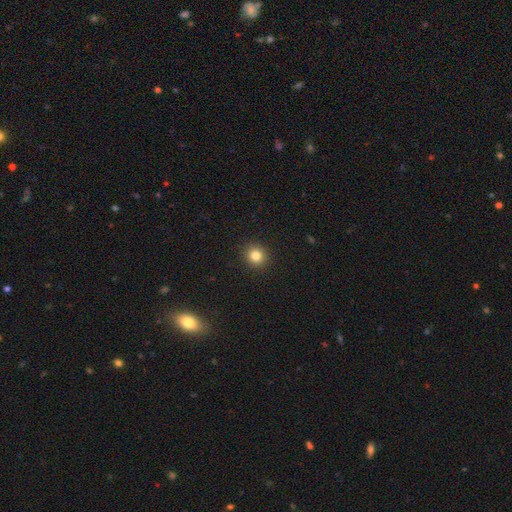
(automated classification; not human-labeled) Smooth or featured: smooth — 83% (star or artifact — 12%)
How rounded: round — 89% (in between — 10%)
Merging: none — 92% (minor disturbance — 5%)